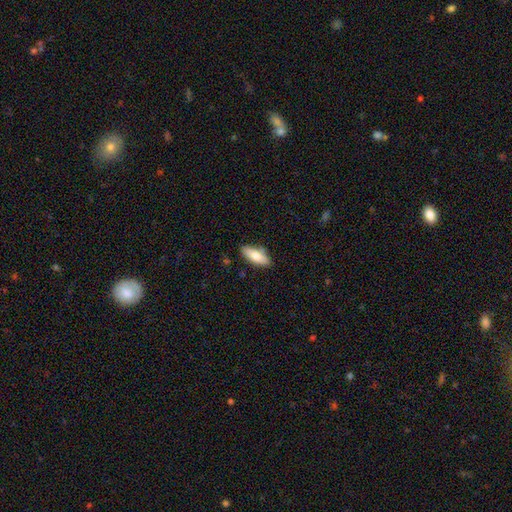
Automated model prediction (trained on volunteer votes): This appears to be a smooth galaxy with no disk features (76%) that is in between round and cigar-shaped (73%). Merging: none (84%).